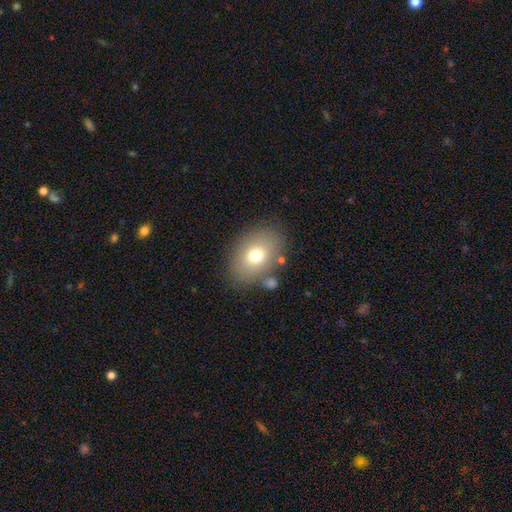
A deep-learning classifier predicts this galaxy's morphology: smooth 72%, featured or disk 17%, star or artifact 11%. Down the decision tree: how rounded — in between (76%); merging — none (77%).